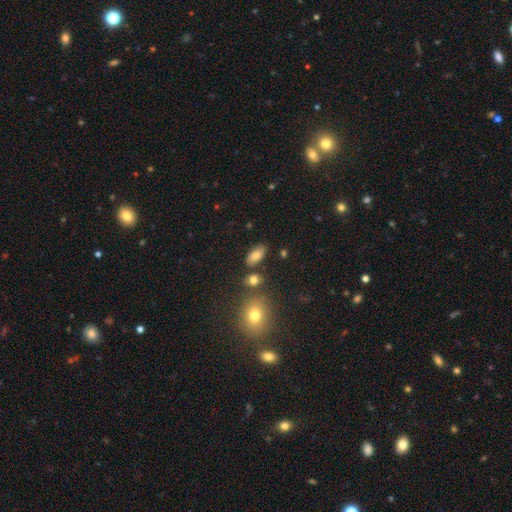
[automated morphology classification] Q: Smooth or featured?
A: smooth (77%); runner-up: featured or disk (13%)
Q: How rounded?
A: in between (90%); runner-up: round (6%)
Q: Merging?
A: none (78%); runner-up: minor disturbance (13%)